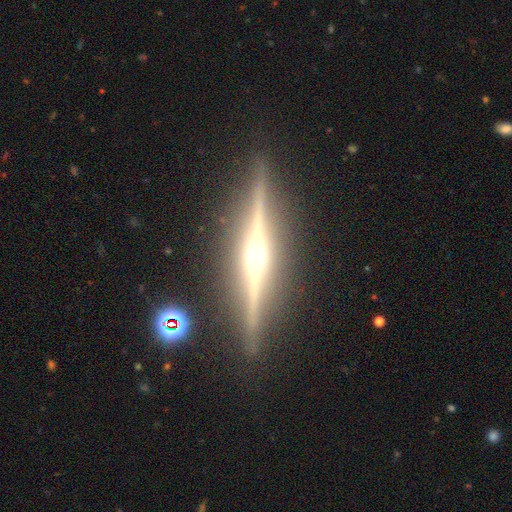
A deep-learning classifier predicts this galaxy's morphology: Q: Smooth or featured?
A: featured or disk (88%); runner-up: smooth (6%)
Q: Edge-on disk?
A: yes (98%); runner-up: no (2%)
Q: Edge-on bulge?
A: rounded (89%); runner-up: boxy (6%)
Q: Merging?
A: none (89%); runner-up: minor disturbance (7%)